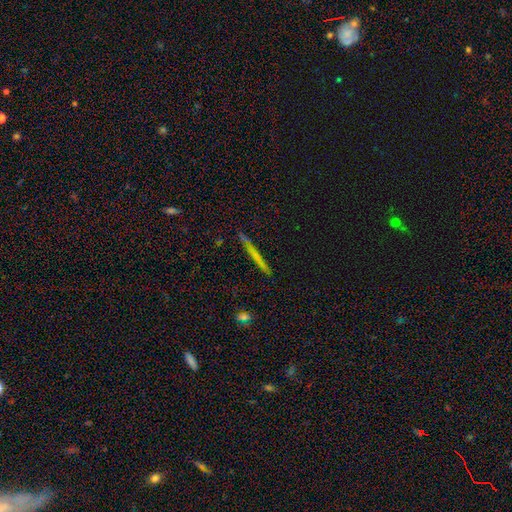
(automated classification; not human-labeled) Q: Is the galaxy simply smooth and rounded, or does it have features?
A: smooth — 50%.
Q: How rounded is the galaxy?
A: cigar-shaped — 96%.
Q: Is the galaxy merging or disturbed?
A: none — 90%.